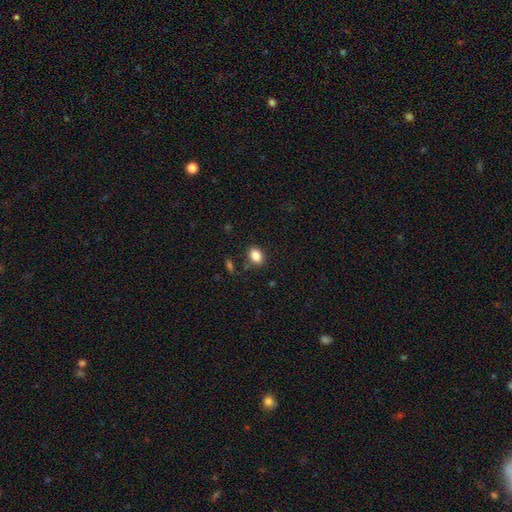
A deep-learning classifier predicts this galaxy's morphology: Q: Smooth or featured?
A: smooth (85%); runner-up: star or artifact (10%)
Q: How rounded?
A: in between (72%); runner-up: round (27%)
Q: Merging?
A: none (82%); runner-up: minor disturbance (12%)